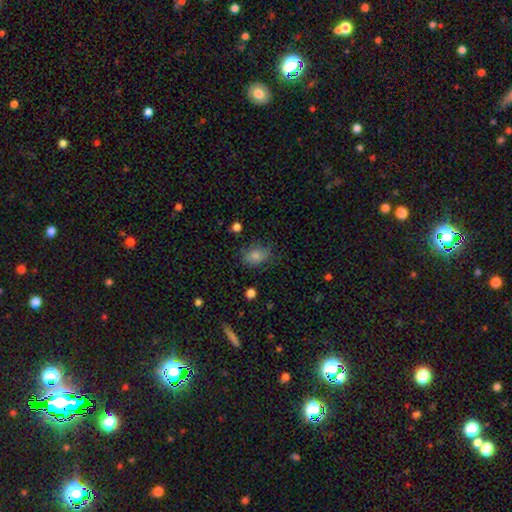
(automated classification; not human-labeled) A smooth galaxy with no disk features (76%) that is in between round and cigar-shaped (77%).

Vote fractions:
- Smooth or featured? smooth: 76% / star or artifact: 13% / featured or disk: 11%
- How rounded? in between: 77% / round: 21% / cigar-shaped: 2%
- Merging? none: 74% / minor disturbance: 19% / major disturbance: 5% / merger: 2%